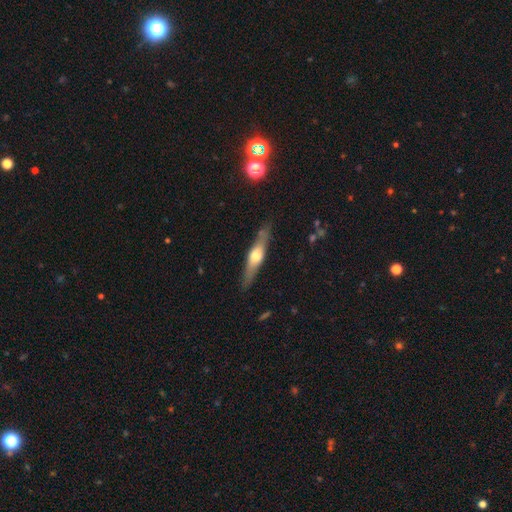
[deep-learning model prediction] Smooth or featured? Predicted: featured or disk (p=0.60). Edge-on disk? Predicted: yes (p=0.92). Edge-on bulge? Predicted: rounded (p=0.92). Merging? Predicted: none (p=0.84).